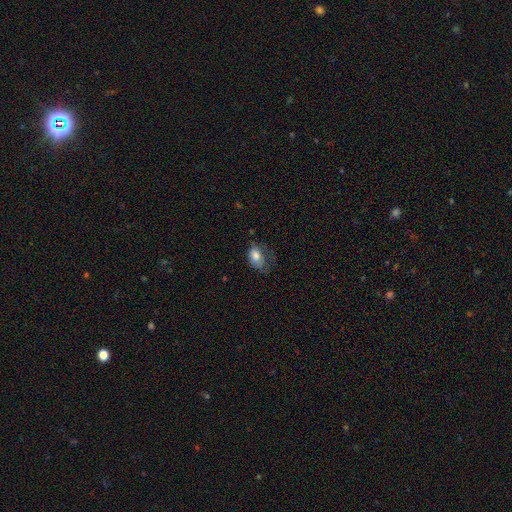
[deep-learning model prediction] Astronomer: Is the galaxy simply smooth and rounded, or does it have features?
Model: smooth — 77%.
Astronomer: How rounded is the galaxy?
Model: in between — 82%.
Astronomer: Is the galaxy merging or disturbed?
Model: none — 40% (runner-up: minor disturbance, 33%).